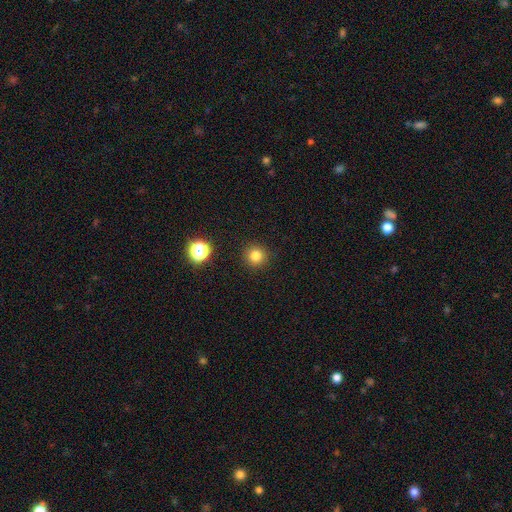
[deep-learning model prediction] The model was most divided on "smooth or featured": smooth: 79%, star or artifact: 15%, featured or disk: 6%. More confident: how rounded — round (95%); merging — none (92%).